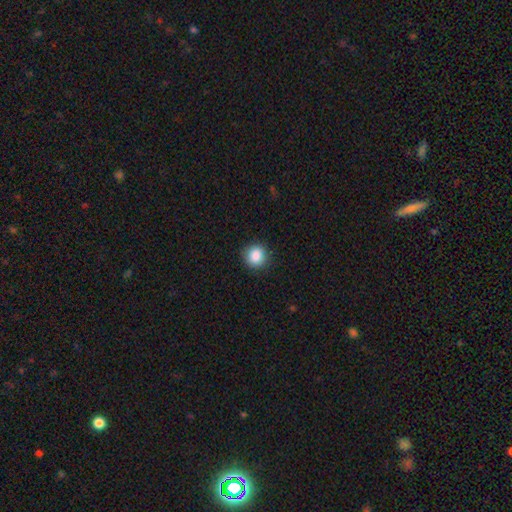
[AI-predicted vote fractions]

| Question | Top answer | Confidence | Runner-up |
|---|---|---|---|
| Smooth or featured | smooth | 87% | star or artifact (9%) |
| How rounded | round | 90% | in between (9%) |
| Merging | none | 90% | minor disturbance (7%) |